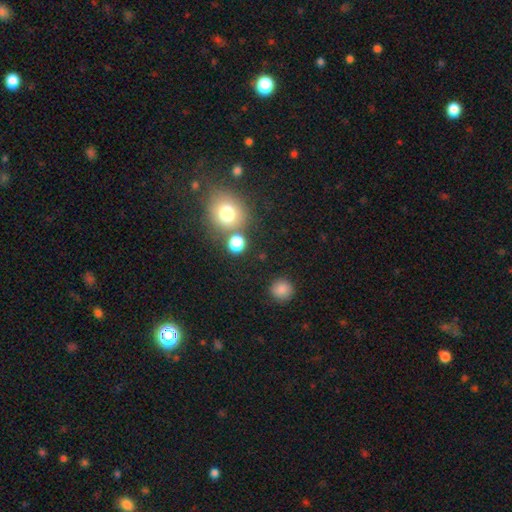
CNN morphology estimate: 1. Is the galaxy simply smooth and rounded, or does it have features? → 60% smooth, 31% star or artifact, 9% featured or disk.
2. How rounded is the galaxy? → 84% round, 15% in between, 1% cigar-shaped.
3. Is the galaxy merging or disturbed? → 76% none, 12% merger, 9% minor disturbance, 4% major disturbance.